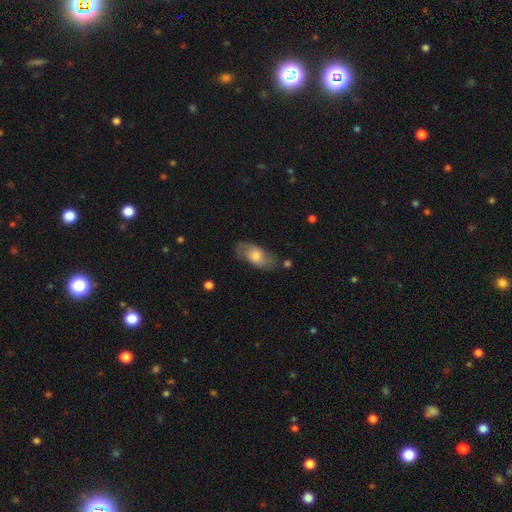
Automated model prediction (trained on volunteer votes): This appears to be a smooth galaxy with no disk features (62%) that is in between round and cigar-shaped (89%). Merging: none (68%).